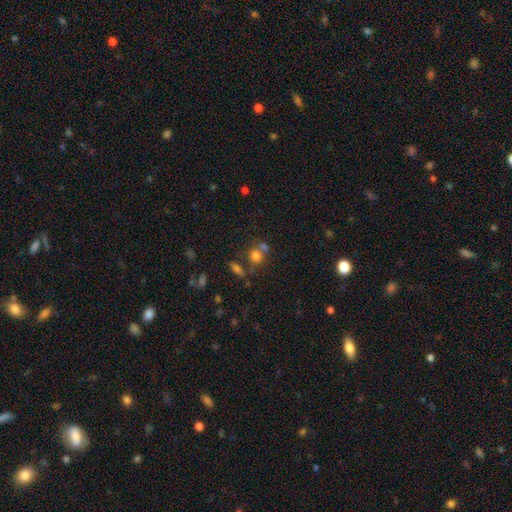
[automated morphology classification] A smooth galaxy with no disk features (72%) that is round (74%). Merging: none (48%).